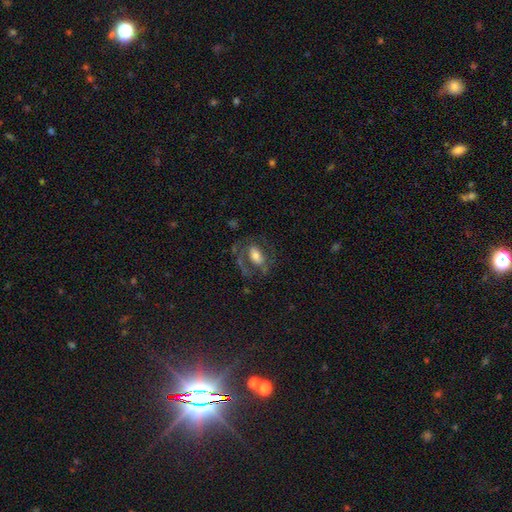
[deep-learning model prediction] featured or disk 53%, smooth 39%, star or artifact 9%. Down the decision tree: edge-on disk — no (93%); merging — none (50%).